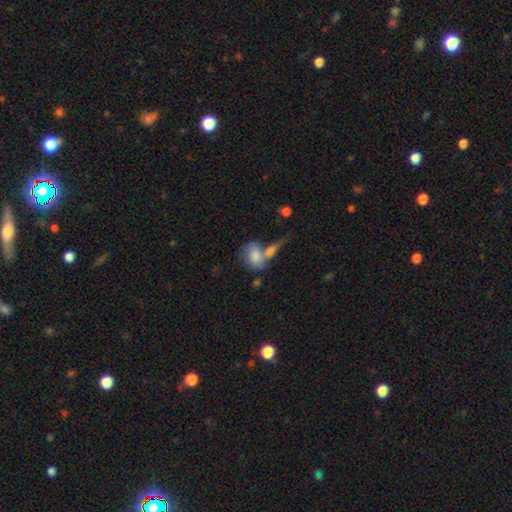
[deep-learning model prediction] smooth 73%, featured or disk 20%, star or artifact 8%. Down the decision tree: how rounded — in between (69%); merging — merger (50%).